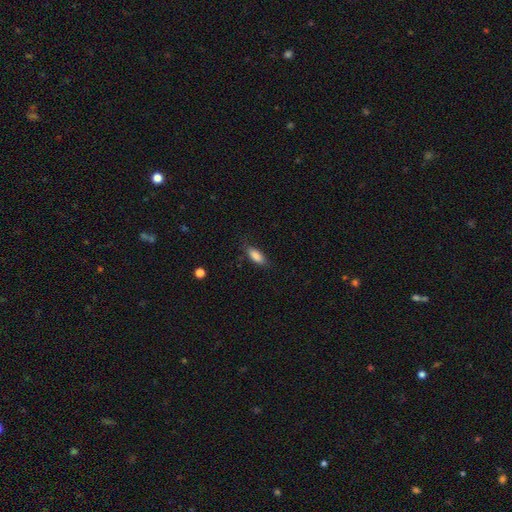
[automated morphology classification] Q: Smooth or featured?
A: smooth (85%); runner-up: featured or disk (8%)
Q: How rounded?
A: in between (76%); runner-up: cigar-shaped (21%)
Q: Merging?
A: none (77%); runner-up: minor disturbance (18%)